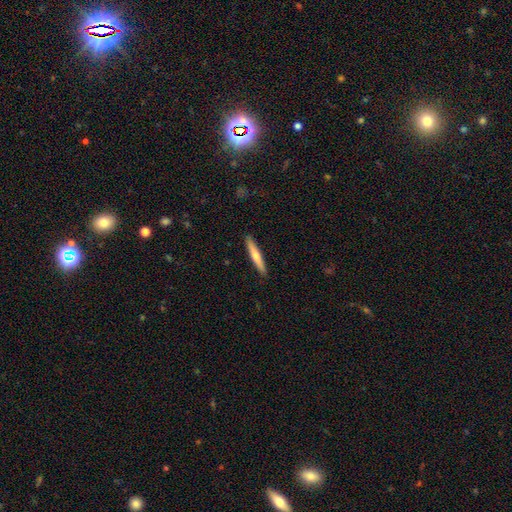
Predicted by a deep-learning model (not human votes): smooth 60%, featured or disk 35%, star or artifact 5%. Down the decision tree: how rounded — cigar-shaped (94%); merging — none (91%).